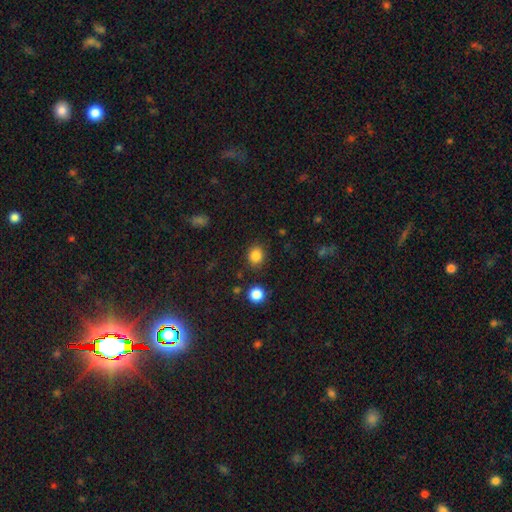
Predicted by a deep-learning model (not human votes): A smooth galaxy with no disk features (84%) that is round (76%).

Vote fractions:
- Smooth or featured? smooth: 84% / star or artifact: 12% / featured or disk: 4%
- How rounded? round: 76% / in between: 23% / cigar-shaped: 1%
- Merging? none: 85% / minor disturbance: 9% / merger: 3% / major disturbance: 3%